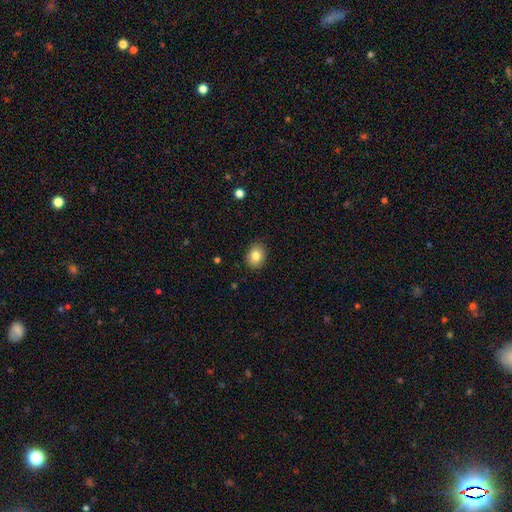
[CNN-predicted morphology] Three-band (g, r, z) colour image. It shows a smooth galaxy with no disk features (82%) that is in between round and cigar-shaped (54%). Merging: none (89%).